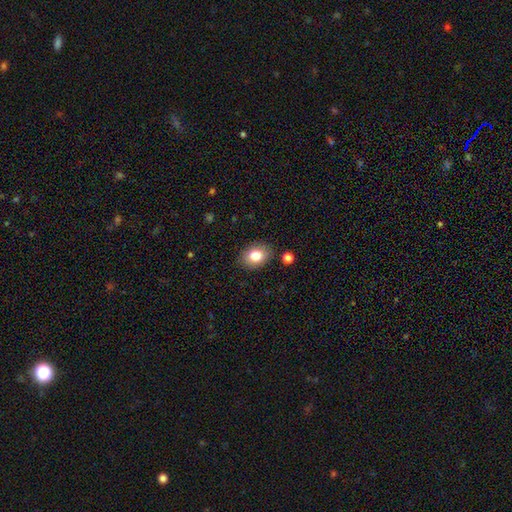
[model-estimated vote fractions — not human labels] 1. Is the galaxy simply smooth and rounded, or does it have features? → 81% smooth, 10% featured or disk, 9% star or artifact.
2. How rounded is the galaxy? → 65% in between, 34% round, 1% cigar-shaped.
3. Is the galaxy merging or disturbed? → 86% none, 10% minor disturbance, 3% major disturbance, 2% merger.